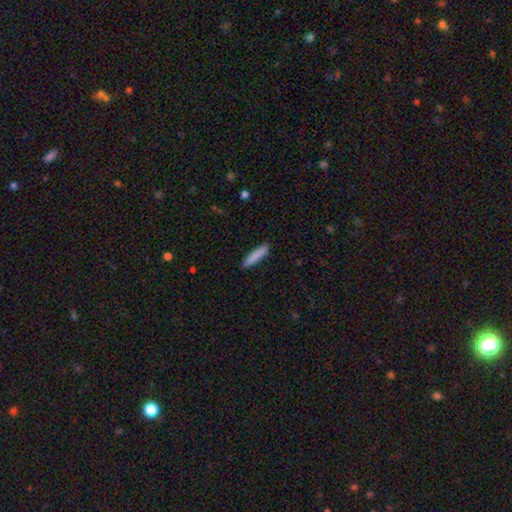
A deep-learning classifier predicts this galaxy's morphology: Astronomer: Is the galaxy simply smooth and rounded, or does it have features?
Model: smooth — 85%.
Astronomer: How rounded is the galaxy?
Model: cigar-shaped — 89%.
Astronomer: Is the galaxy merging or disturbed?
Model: none — 89%.